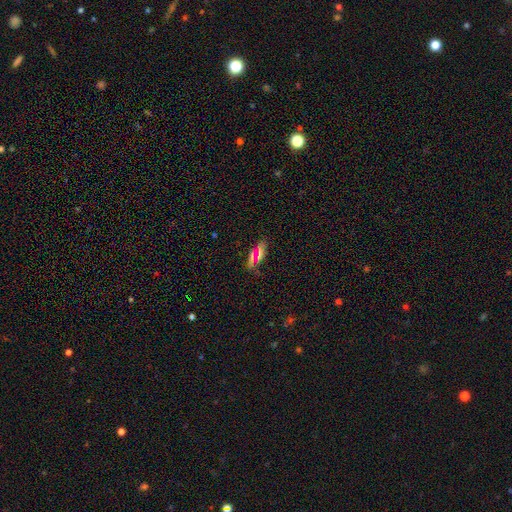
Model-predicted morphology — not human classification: Smooth or featured?
  - smooth: 62% *
  - star or artifact: 20%
  - featured or disk: 18%
How rounded?
  - in between: 53% *
  - cigar-shaped: 40%
  - round: 7%
Merging?
  - none: 78% *
  - minor disturbance: 13%
  - merger: 5%
  - major disturbance: 4%